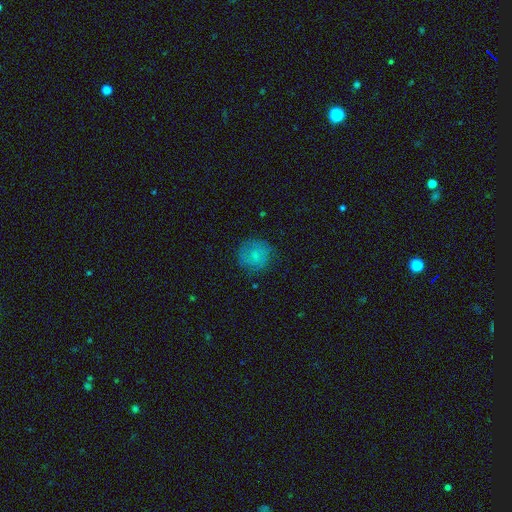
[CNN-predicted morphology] smooth_or_featured: smooth (p=0.68) [alt: featured or disk p=0.23]
how_rounded: round (p=0.89) [alt: in between p=0.10]
merging: none (p=0.71) [alt: minor disturbance p=0.21]